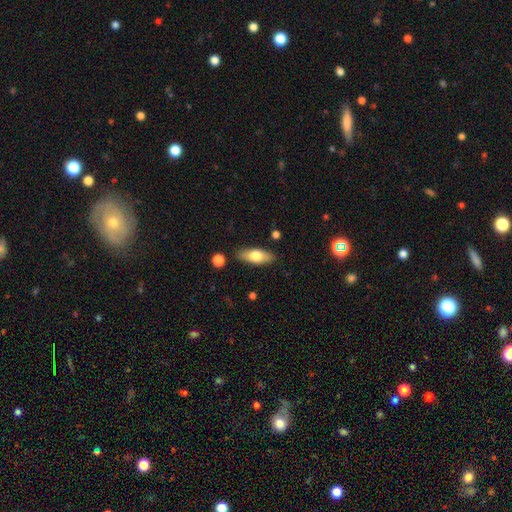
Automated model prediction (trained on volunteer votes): Smooth or featured? Predicted: smooth (p=0.67). How rounded? Predicted: in between (p=0.74). Merging? Predicted: none (p=0.86).